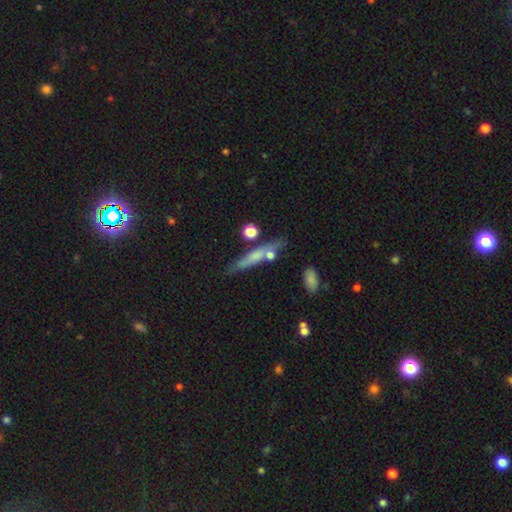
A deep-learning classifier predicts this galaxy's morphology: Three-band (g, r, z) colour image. It shows a smooth galaxy with no disk features (53%) that is cigar-shaped (85%). Merging: none (70%).